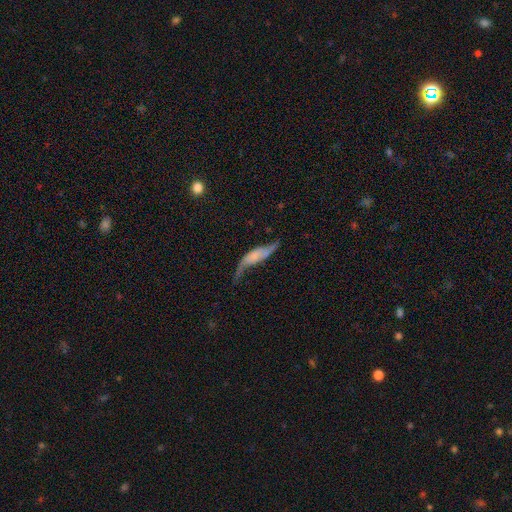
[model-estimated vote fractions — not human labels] A featured or disk galaxy (67%). Merging: none (45%).